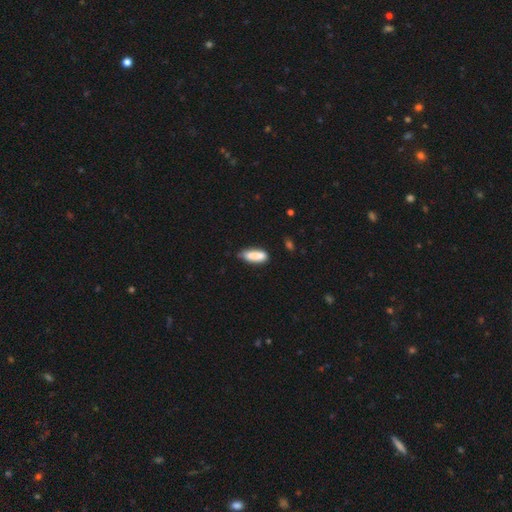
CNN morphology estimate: A smooth galaxy with no disk features (84%) that is in between round and cigar-shaped (62%). Merging: none (64%).